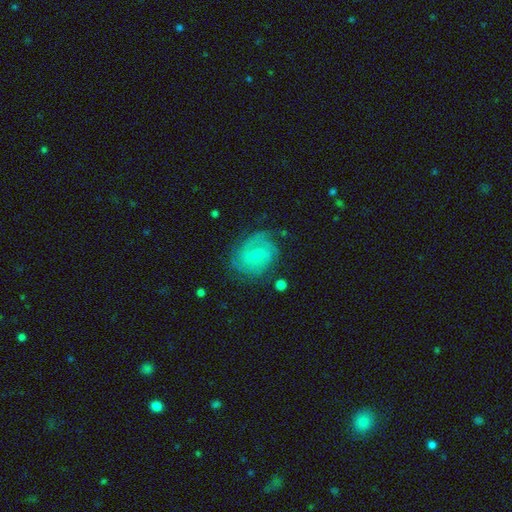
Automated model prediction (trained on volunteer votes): The model was most divided on "spiral arm count": can't tell: 34%, 2: 33%, 3: 17%, 1: 7%, 4: 6%, more than 4: 4%. Remaining: edge-on disk — no (97%); spiral arms — yes (89%); smooth or featured — featured or disk (70%); merging — none (67%); bulge size — small (66%); spiral winding — tight (51%); bar — no (49%).